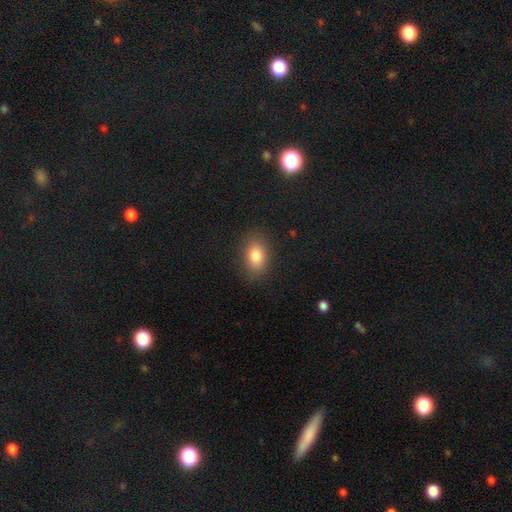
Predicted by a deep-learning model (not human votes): The model was most divided on "how rounded": in between: 83%, round: 16%, cigar-shaped: 2%. More confident: merging — none (86%); smooth or featured — smooth (83%).